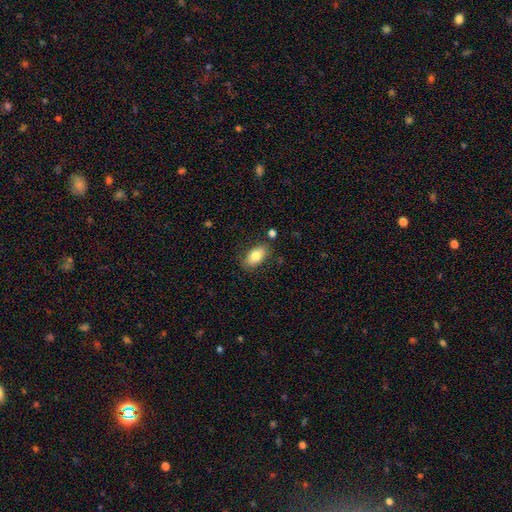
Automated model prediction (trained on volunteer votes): Q: Smooth or featured?
A: smooth (81%); runner-up: featured or disk (12%)
Q: How rounded?
A: in between (91%); runner-up: round (5%)
Q: Merging?
A: none (81%); runner-up: minor disturbance (13%)